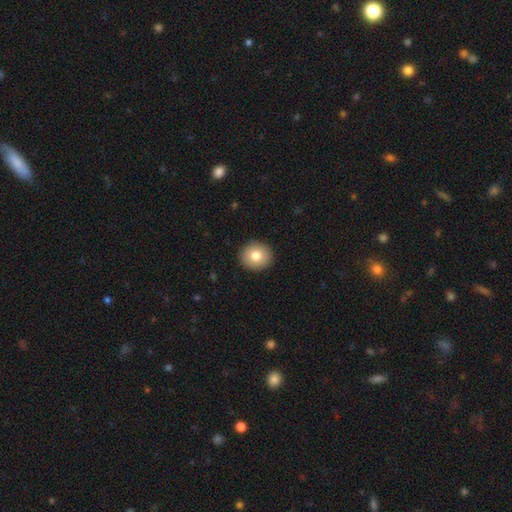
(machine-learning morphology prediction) This is likely a smooth galaxy (80%). How rounded: clearly round (86%). Merging: clearly none (92%).